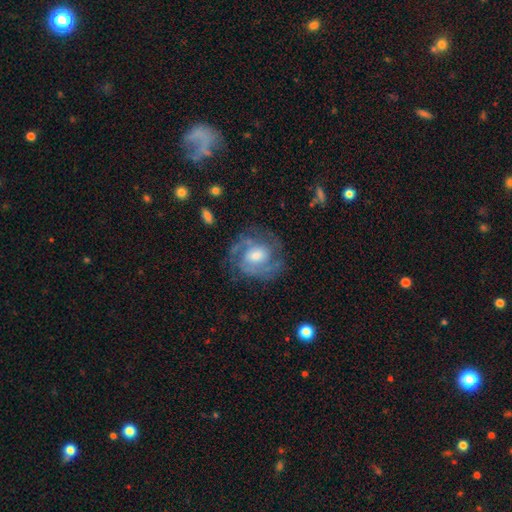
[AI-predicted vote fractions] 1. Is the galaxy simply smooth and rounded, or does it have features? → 84% featured or disk, 10% smooth, 6% star or artifact.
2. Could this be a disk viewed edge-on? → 98% no, 2% yes.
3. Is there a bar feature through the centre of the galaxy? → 48% no, 41% weak, 11% strong.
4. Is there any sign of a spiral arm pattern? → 94% yes, 6% no.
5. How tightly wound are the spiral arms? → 49% tight, 42% medium, 9% loose.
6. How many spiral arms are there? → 53% 2, 19% 3, 16% can't tell, 4% 1, 4% 4, 4% more than 4.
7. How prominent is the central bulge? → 54% moderate, 30% small, 12% large, 3% none, 1% dominant.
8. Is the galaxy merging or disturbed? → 76% none, 15% minor disturbance, 8% major disturbance, 1% merger.